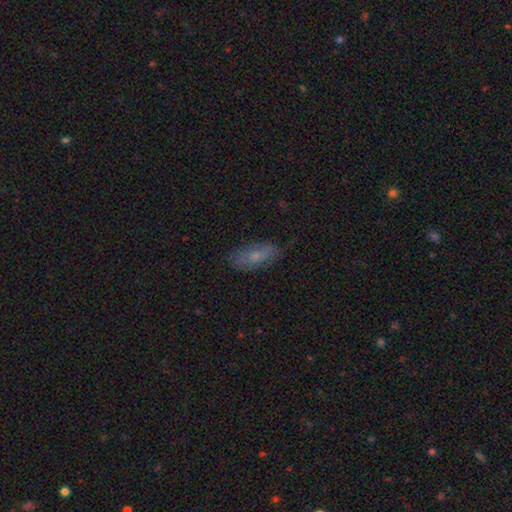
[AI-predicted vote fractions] This is likely a smooth galaxy (60%). How rounded: likely in between (78%). Merging: likely none (78%).